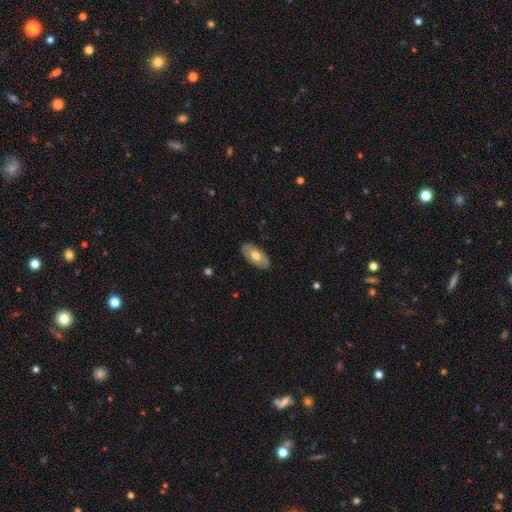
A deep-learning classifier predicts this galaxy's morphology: A smooth galaxy with no disk features (61%) that is in between round and cigar-shaped (94%). Merging: none (87%).